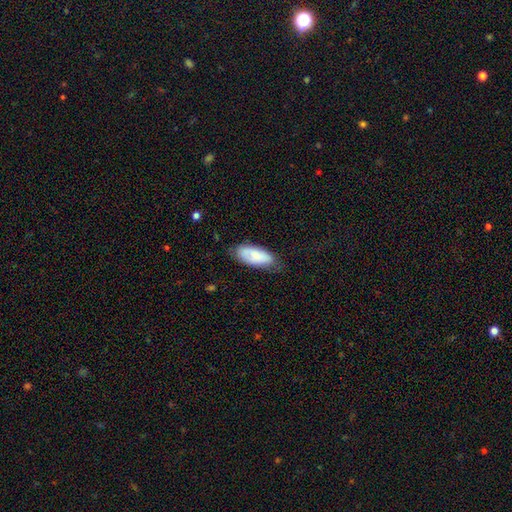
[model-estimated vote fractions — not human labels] A smooth galaxy with no disk features (75%) that is in between round and cigar-shaped (84%).

Vote fractions:
- Smooth or featured? smooth: 75% / featured or disk: 19% / star or artifact: 6%
- How rounded? in between: 84% / cigar-shaped: 15% / round: 2%
- Merging? none: 69% / minor disturbance: 24% / major disturbance: 5% / merger: 2%